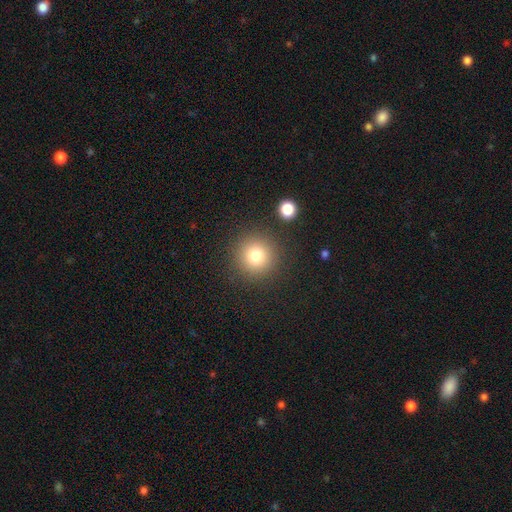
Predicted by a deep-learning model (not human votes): Smooth or featured?
  - smooth: 78% *
  - star or artifact: 13%
  - featured or disk: 9%
How rounded?
  - round: 95% *
  - in between: 4%
  - cigar-shaped: 1%
Merging?
  - none: 88% *
  - minor disturbance: 6%
  - major disturbance: 3%
  - merger: 3%